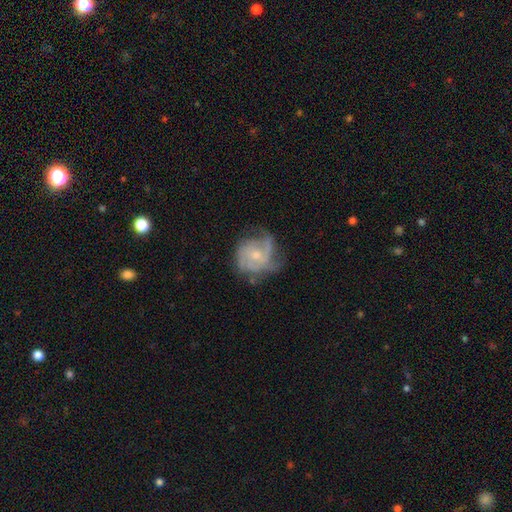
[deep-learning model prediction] featured or disk 75%, smooth 18%, star or artifact 7%. Down the decision tree: edge-on disk — no (98%); bar — no (72%); spiral arms — yes (87%); spiral arm count — 3 (30%); spiral winding — medium (41%); bulge size — small (61%); merging — none (49%).